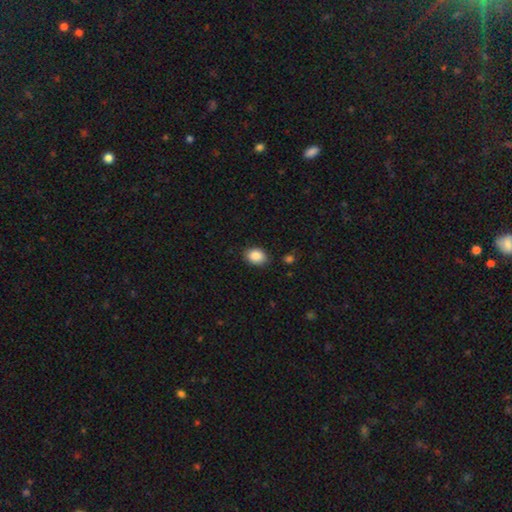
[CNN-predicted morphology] A smooth galaxy with no disk features (88%) that is in between round and cigar-shaped (69%).

Vote fractions:
- Smooth or featured? smooth: 88% / star or artifact: 8% / featured or disk: 4%
- How rounded? in between: 69% / round: 30% / cigar-shaped: 1%
- Merging? none: 85% / minor disturbance: 11% / major disturbance: 2% / merger: 2%